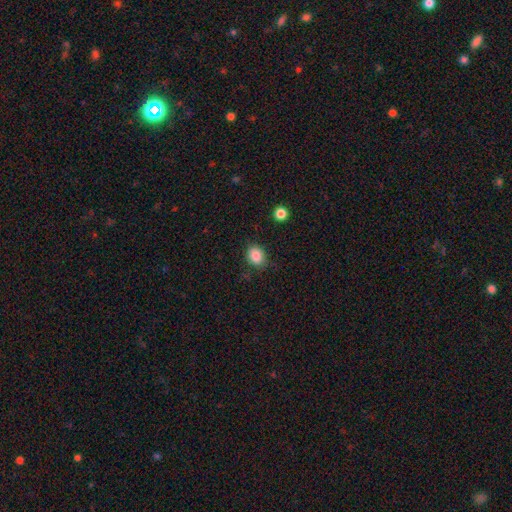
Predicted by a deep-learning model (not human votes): Overall: smooth (86%). How rounded: in between (54%; round 45%). Merging: none (83%).